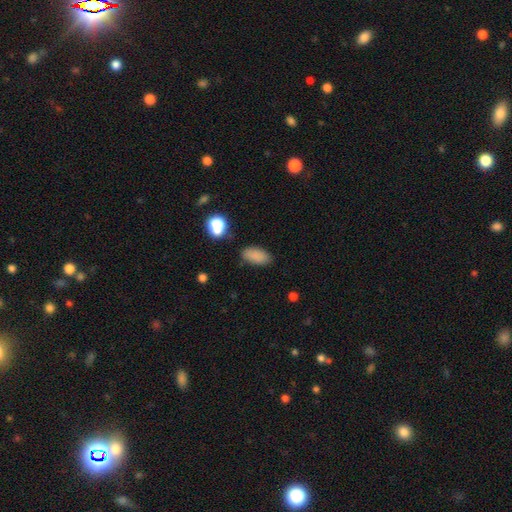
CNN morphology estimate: Q: Smooth or featured?
A: smooth (86%); runner-up: star or artifact (10%)
Q: How rounded?
A: in between (90%); runner-up: cigar-shaped (6%)
Q: Merging?
A: none (81%); runner-up: minor disturbance (13%)